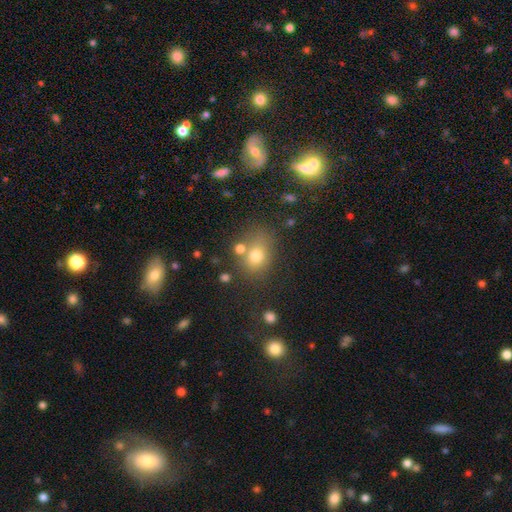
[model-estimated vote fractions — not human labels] Morphology: type=smooth (71%); roundness=round (51%); merging=none (63%).